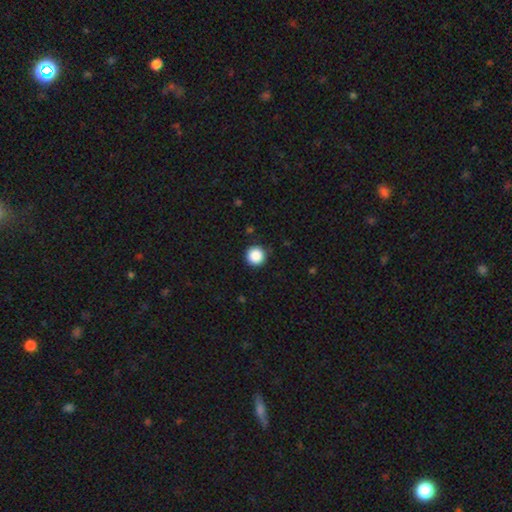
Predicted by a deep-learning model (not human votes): Smooth or featured?
  - smooth: 88% *
  - star or artifact: 10%
  - featured or disk: 3%
How rounded?
  - round: 96% *
  - in between: 3%
  - cigar-shaped: 1%
Merging?
  - none: 91% *
  - minor disturbance: 6%
  - major disturbance: 2%
  - merger: 1%